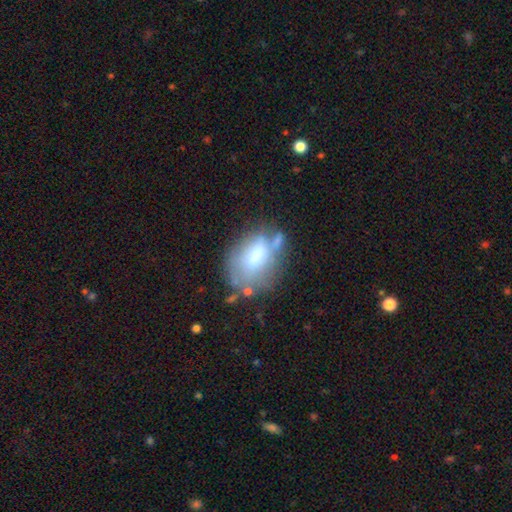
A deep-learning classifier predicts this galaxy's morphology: A smooth galaxy with no disk features (59%) that is in between round and cigar-shaped (78%). Merging: none (41%).